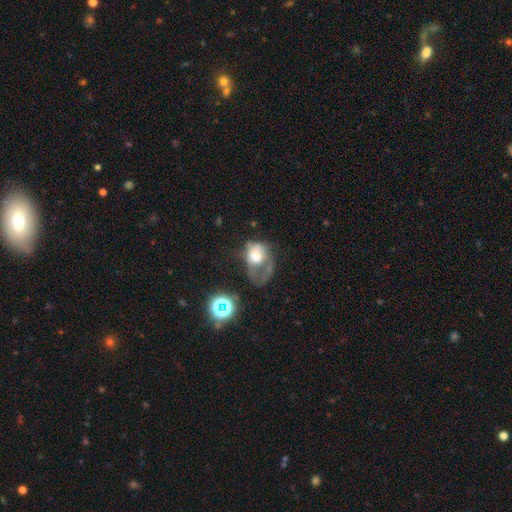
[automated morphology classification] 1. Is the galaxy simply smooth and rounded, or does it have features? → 51% smooth, 37% featured or disk, 13% star or artifact.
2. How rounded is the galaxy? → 57% in between, 42% round, 1% cigar-shaped.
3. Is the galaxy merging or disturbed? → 61% major disturbance, 17% minor disturbance, 15% none, 8% merger.